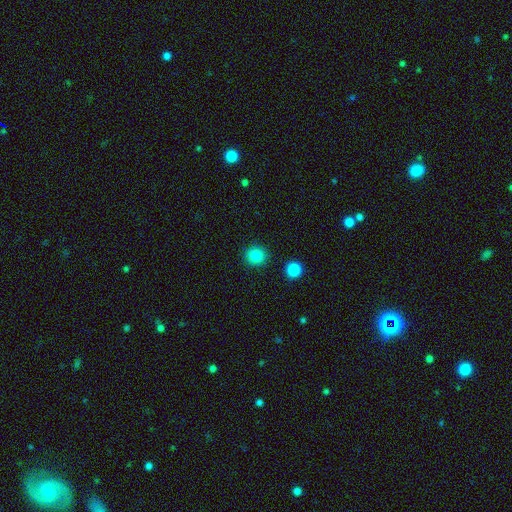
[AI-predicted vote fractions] smooth 84%, star or artifact 11%, featured or disk 5%. Down the decision tree: how rounded — round (90%); merging — none (91%).